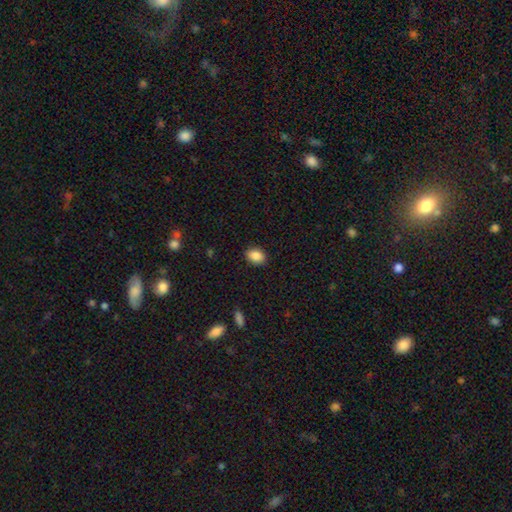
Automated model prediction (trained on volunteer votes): A smooth galaxy with no disk features (88%) that is in between round and cigar-shaped (75%).

Vote fractions:
- Smooth or featured? smooth: 88% / star or artifact: 8% / featured or disk: 4%
- How rounded? in between: 75% / round: 24% / cigar-shaped: 1%
- Merging? none: 88% / minor disturbance: 8% / major disturbance: 2% / merger: 1%